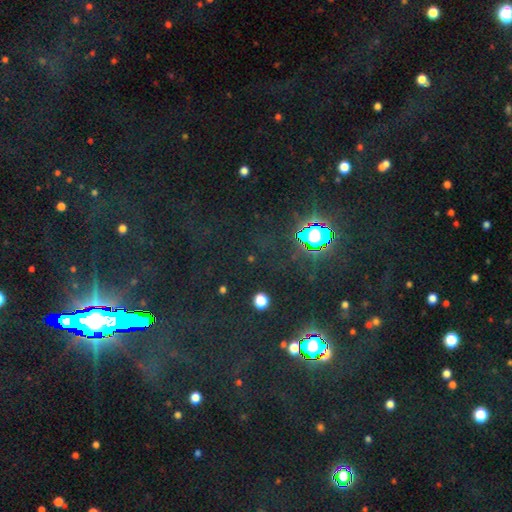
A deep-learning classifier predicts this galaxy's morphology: Overall: star or artifact (82%).